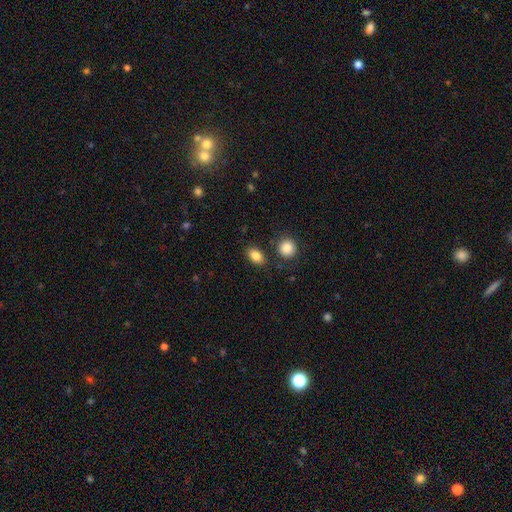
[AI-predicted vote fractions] Smooth or featured? smooth (86%)
How rounded? in between (80%)
Merging? none (81%)